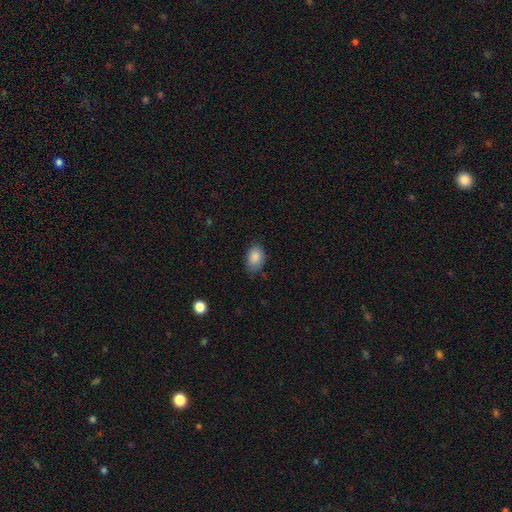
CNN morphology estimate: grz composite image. It shows a smooth galaxy with no disk features (87%) that is in between round and cigar-shaped (83%). Merging: none (77%).